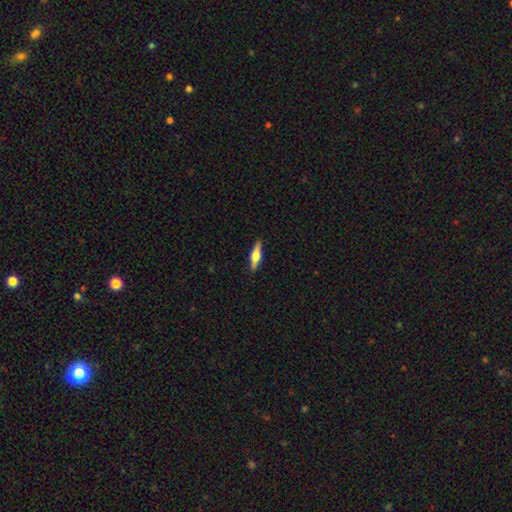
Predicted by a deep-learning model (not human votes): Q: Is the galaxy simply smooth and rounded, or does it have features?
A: featured or disk — 60%.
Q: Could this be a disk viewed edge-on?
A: yes — 97%.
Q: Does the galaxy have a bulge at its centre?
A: rounded — 92%.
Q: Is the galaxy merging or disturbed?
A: none — 90%.